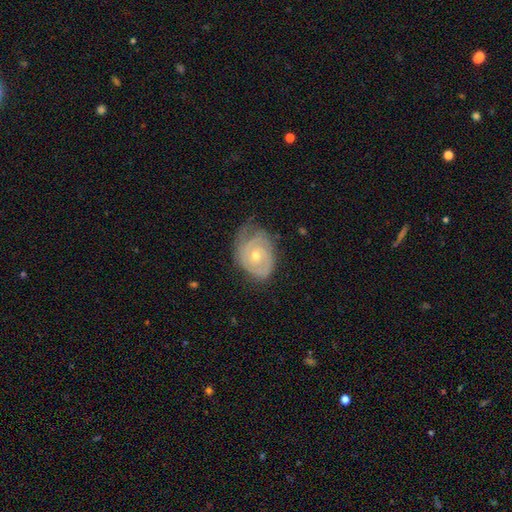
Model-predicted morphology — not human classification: A featured or disk galaxy (80%) with no bar (78%), 2 (41%) tight (71%) spiral arms (91%) and a moderate central bulge (52%). Merging: none (58%).